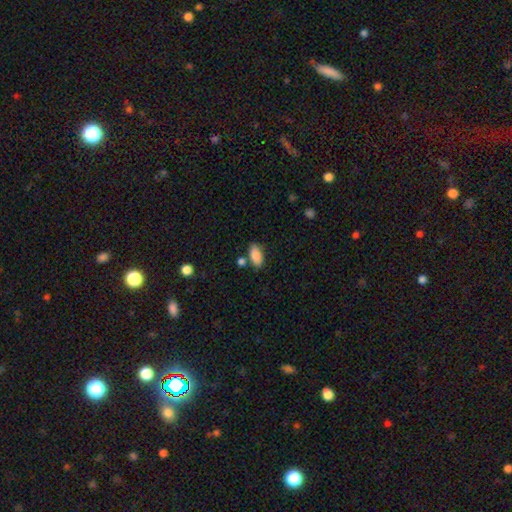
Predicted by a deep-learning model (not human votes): smooth-or-featured: smooth: 87% | star or artifact: 7% | featured or disk: 6%
  how-rounded: in between: 91% | cigar-shaped: 5% | round: 3%
  merging: none: 74% | minor disturbance: 14% | merger: 9% | major disturbance: 3%